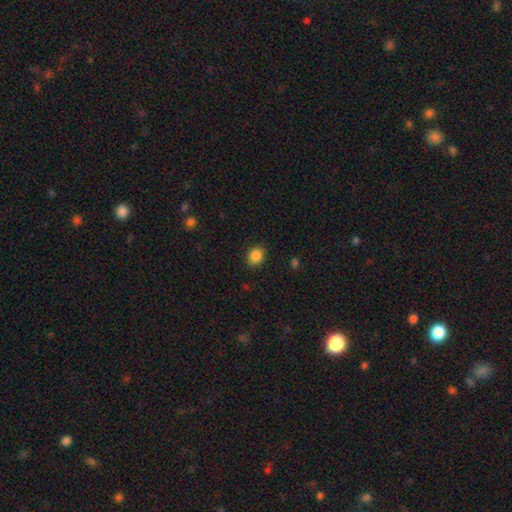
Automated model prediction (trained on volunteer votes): smooth-or-featured: smooth: 87% | star or artifact: 9% | featured or disk: 3%
  how-rounded: in between: 52% | round: 47% | cigar-shaped: 1%
  merging: none: 87% | minor disturbance: 10% | major disturbance: 3% | merger: 1%